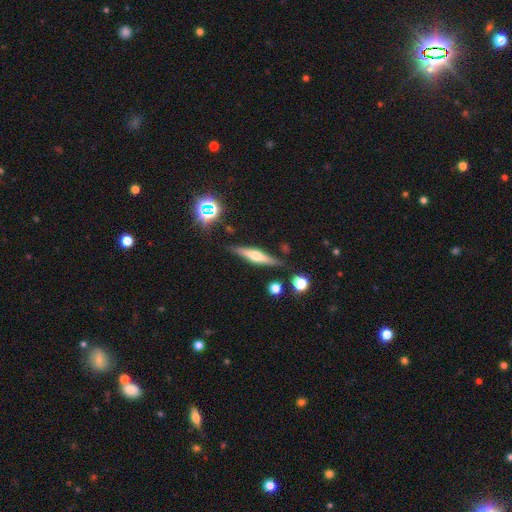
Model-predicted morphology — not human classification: A featured or disk galaxy (60%) viewed edge-on (96%) with a rounded central bulge (86%).

Vote fractions:
- Smooth or featured? featured or disk: 60% / smooth: 31% / star or artifact: 9%
- Edge-on disk? yes: 96% / no: 4%
- Edge-on bulge? rounded: 86% / boxy: 9% / none: 5%
- Merging? none: 83% / minor disturbance: 11% / merger: 3% / major disturbance: 2%